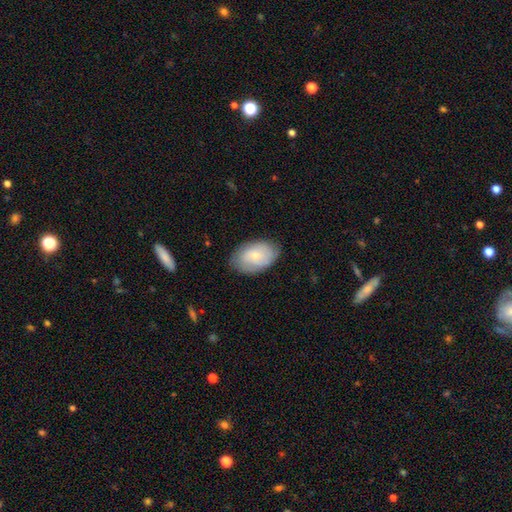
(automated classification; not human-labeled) smooth-or-featured: smooth: 62% | featured or disk: 32% | star or artifact: 7%
  how-rounded: in between: 89% | round: 10% | cigar-shaped: 1%
  merging: none: 80% | minor disturbance: 16% | major disturbance: 4% | merger: 1%